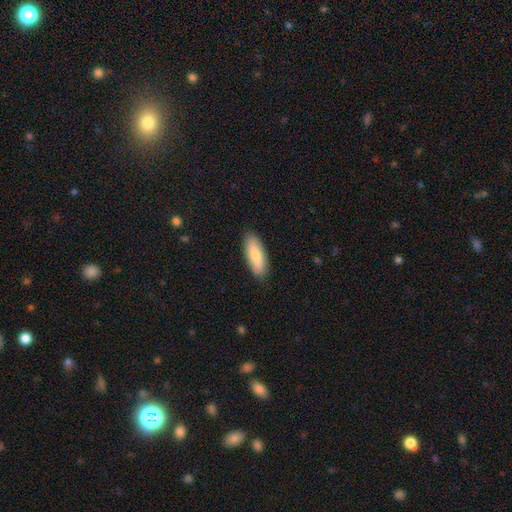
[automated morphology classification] Overall: smooth (76%). How rounded: in between (65%; cigar-shaped 33%). Merging: none (86%).